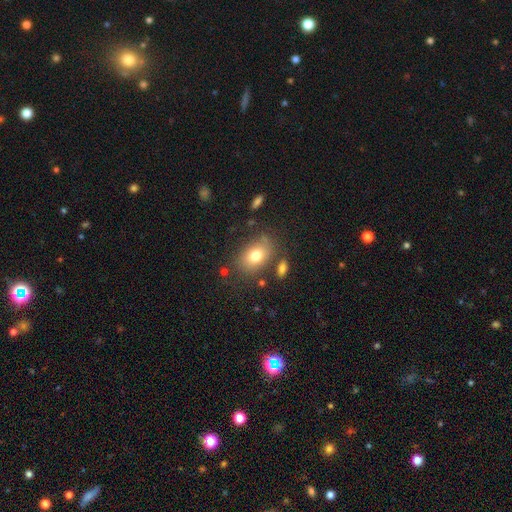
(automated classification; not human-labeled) Smooth or featured? Predicted: smooth (p=0.76). How rounded? Predicted: in between (p=0.80). Merging? Predicted: none (p=0.73).